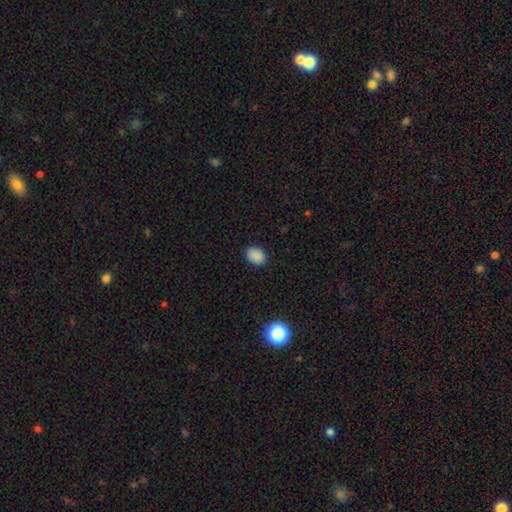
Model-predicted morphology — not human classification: Q: Smooth or featured?
A: smooth (87%); runner-up: star or artifact (10%)
Q: How rounded?
A: in between (61%); runner-up: round (38%)
Q: Merging?
A: none (88%); runner-up: minor disturbance (8%)